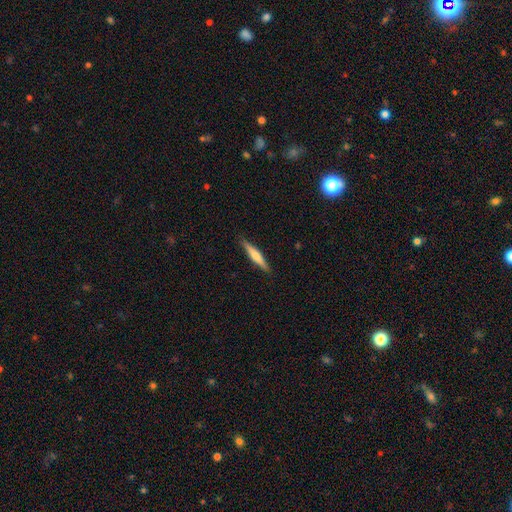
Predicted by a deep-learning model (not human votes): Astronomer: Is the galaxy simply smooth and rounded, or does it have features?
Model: smooth — 48% (runner-up: featured or disk, 47%).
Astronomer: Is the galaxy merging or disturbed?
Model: none — 90%.